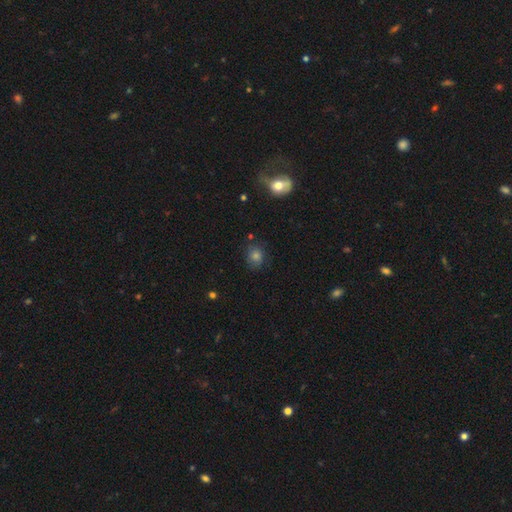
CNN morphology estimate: smooth-or-featured: smooth: 71% | star or artifact: 18% | featured or disk: 12%
  how-rounded: round: 67% | in between: 31% | cigar-shaped: 1%
  merging: none: 78% | minor disturbance: 15% | major disturbance: 4% | merger: 3%